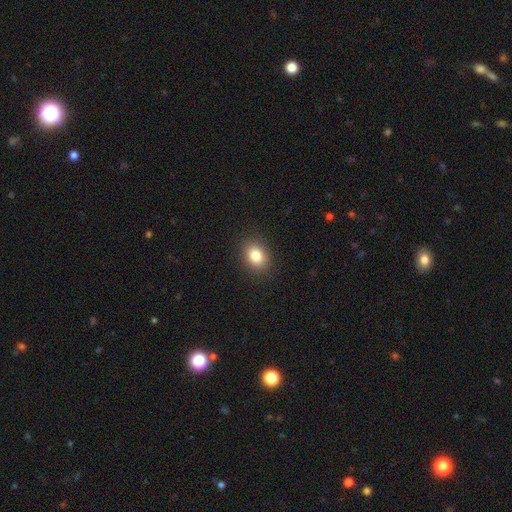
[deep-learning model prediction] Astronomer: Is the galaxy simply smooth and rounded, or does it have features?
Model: smooth — 83%.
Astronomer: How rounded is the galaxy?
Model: in between — 58% (runner-up: round, 41%).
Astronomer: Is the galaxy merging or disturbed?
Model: none — 89%.